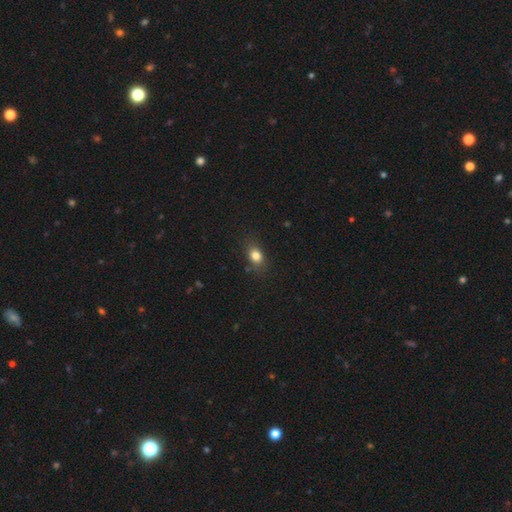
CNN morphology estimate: smooth_or_featured: smooth (p=0.81) [alt: star or artifact p=0.11]
how_rounded: in between (p=0.67) [alt: round p=0.30]
merging: none (p=0.79) [alt: minor disturbance p=0.15]